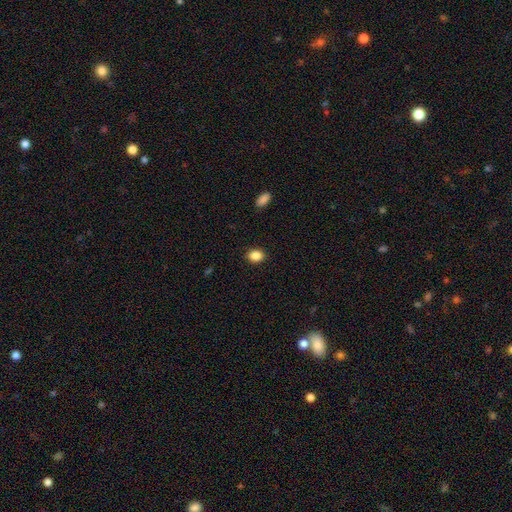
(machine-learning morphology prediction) type=smooth (87%); roundness=in between (53%); merging=none (89%).